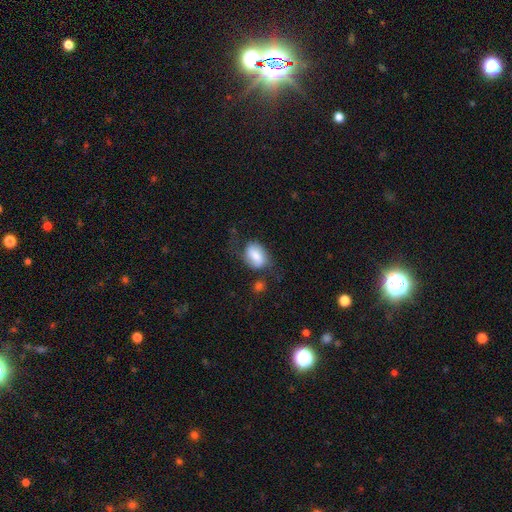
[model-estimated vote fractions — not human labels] A smooth galaxy with no disk features (65%) that is in between round and cigar-shaped (80%).

Vote fractions:
- Smooth or featured? smooth: 65% / featured or disk: 27% / star or artifact: 7%
- How rounded? in between: 80% / round: 19% / cigar-shaped: 2%
- Merging? none: 45% / minor disturbance: 28% / major disturbance: 21% / merger: 6%